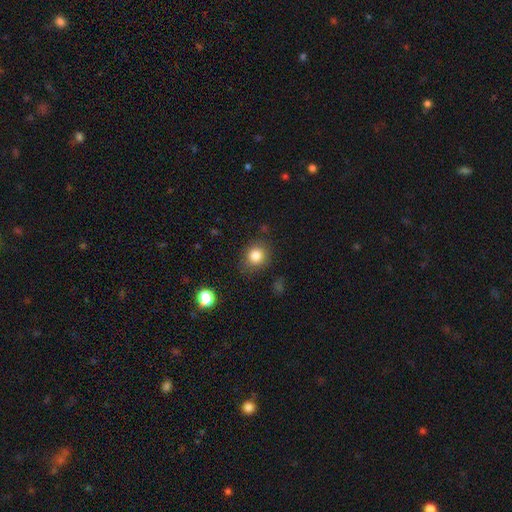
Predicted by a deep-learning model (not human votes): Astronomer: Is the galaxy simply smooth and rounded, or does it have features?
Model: smooth — 83%.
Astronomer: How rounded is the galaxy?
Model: round — 79%.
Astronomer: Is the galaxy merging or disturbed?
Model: none — 83%.